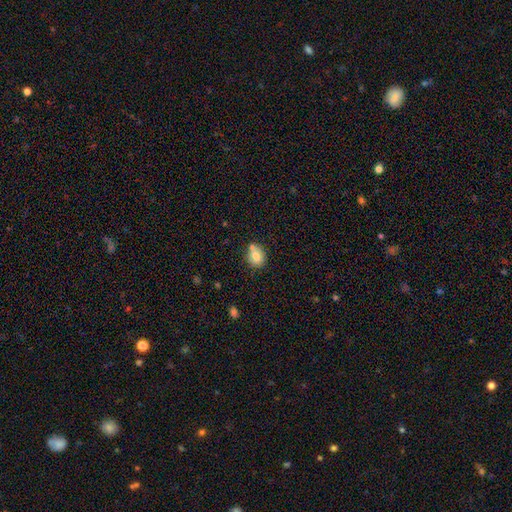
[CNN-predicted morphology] This is likely a smooth galaxy (74%). How rounded: possibly round (52%). Merging: possibly none (58%).